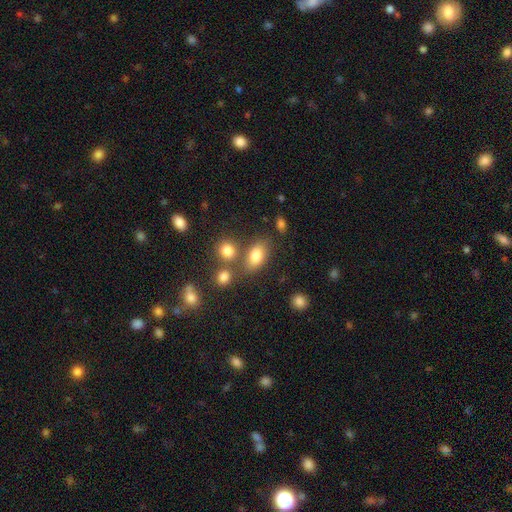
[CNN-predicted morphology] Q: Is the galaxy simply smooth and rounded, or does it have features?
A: smooth — 78%.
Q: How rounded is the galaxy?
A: in between — 83%.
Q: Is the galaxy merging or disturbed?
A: none — 61%.